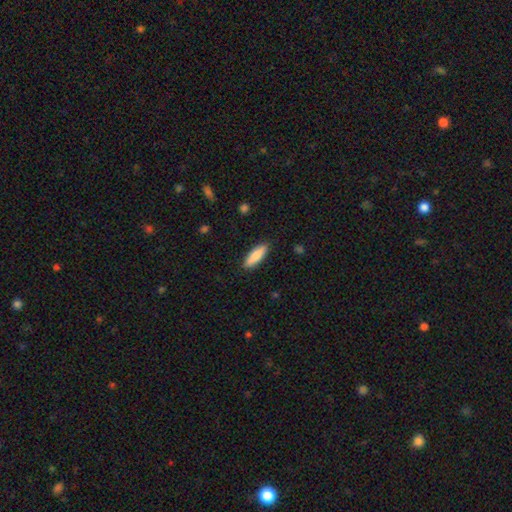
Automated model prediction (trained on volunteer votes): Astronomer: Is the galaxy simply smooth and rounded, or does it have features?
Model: smooth — 83%.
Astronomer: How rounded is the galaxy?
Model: cigar-shaped — 53% (runner-up: in between, 45%).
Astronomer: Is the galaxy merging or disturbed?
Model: none — 88%.